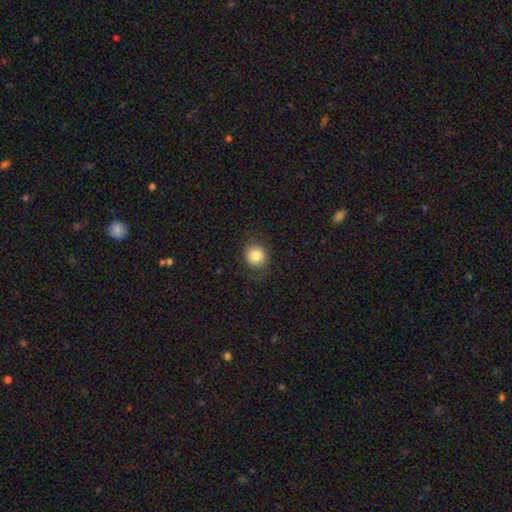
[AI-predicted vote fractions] Smooth or featured?
  - smooth: 82% *
  - star or artifact: 10%
  - featured or disk: 8%
How rounded?
  - round: 88% *
  - in between: 11%
  - cigar-shaped: 1%
Merging?
  - none: 84% *
  - minor disturbance: 11%
  - major disturbance: 4%
  - merger: 1%